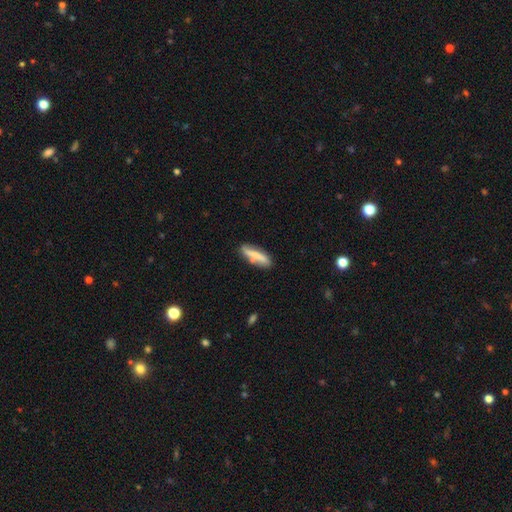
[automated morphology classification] Smooth or featured: smooth — 69% (featured or disk — 24%)
How rounded: cigar-shaped — 72% (in between — 27%)
Merging: none — 72% (minor disturbance — 18%)